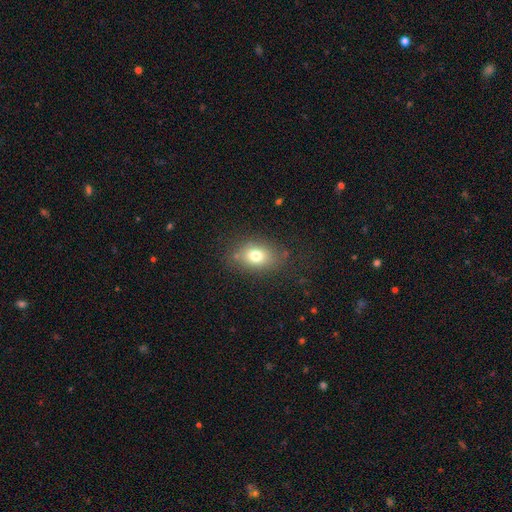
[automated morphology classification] smooth 75%, featured or disk 13%, star or artifact 12%. Down the decision tree: how rounded — in between (72%); merging — none (76%).